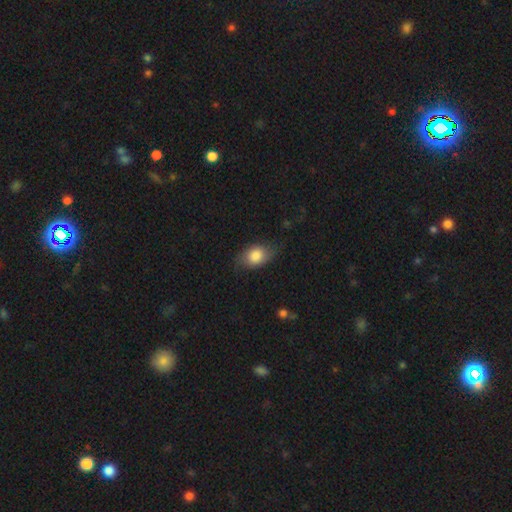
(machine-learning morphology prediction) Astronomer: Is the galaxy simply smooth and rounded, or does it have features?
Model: smooth — 78%.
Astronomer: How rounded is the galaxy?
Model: in between — 78%.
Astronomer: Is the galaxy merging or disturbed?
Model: none — 66%.